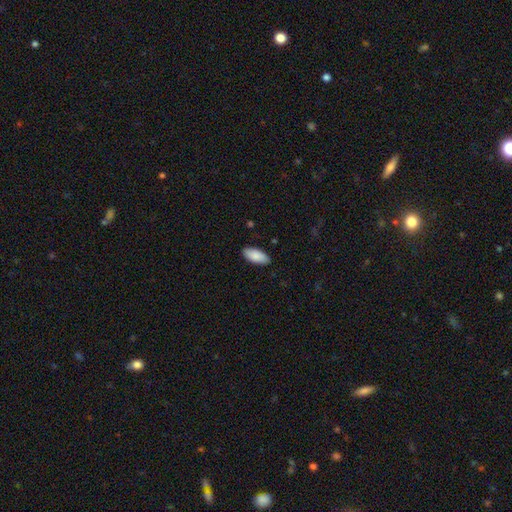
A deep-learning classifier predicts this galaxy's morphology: Smooth or featured? smooth (87%)
How rounded? in between (89%)
Merging? none (88%)